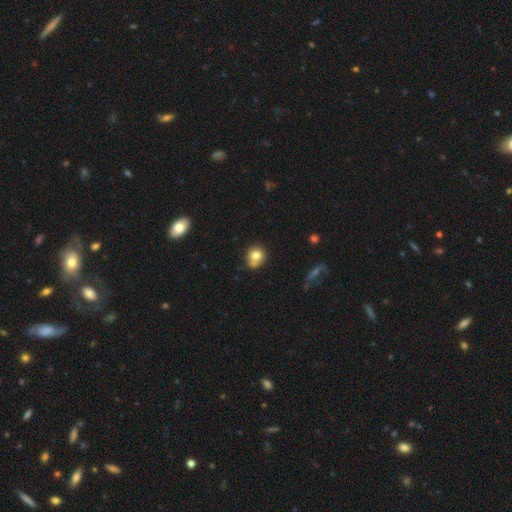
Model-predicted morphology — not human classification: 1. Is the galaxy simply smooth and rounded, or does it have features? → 75% smooth, 14% featured or disk, 11% star or artifact.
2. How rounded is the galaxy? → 81% round, 18% in between, 1% cigar-shaped.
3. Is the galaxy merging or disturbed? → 55% none, 20% merger, 19% minor disturbance, 6% major disturbance.